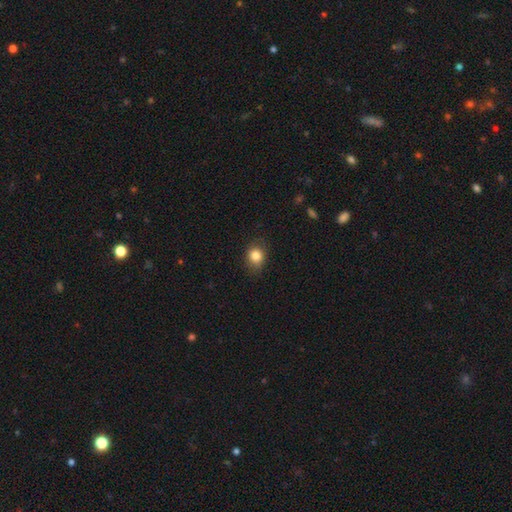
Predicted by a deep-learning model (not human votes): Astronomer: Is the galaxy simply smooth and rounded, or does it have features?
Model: smooth — 83%.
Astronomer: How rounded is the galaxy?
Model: round — 61% (runner-up: in between, 38%).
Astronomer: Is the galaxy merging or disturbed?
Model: none — 79%.